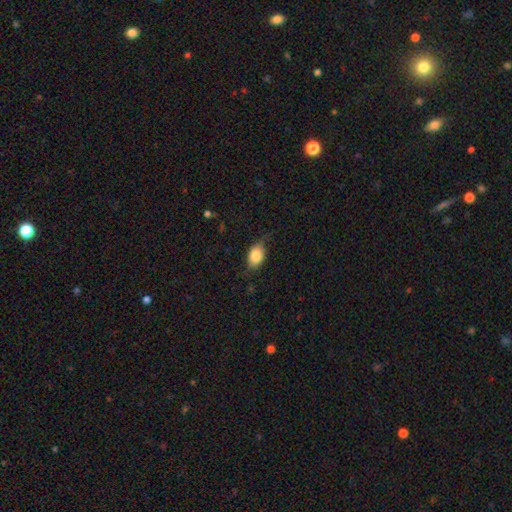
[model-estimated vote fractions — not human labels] This appears to be a smooth galaxy with no disk features (78%) that is in between round and cigar-shaped (81%). Merging: none (63%).